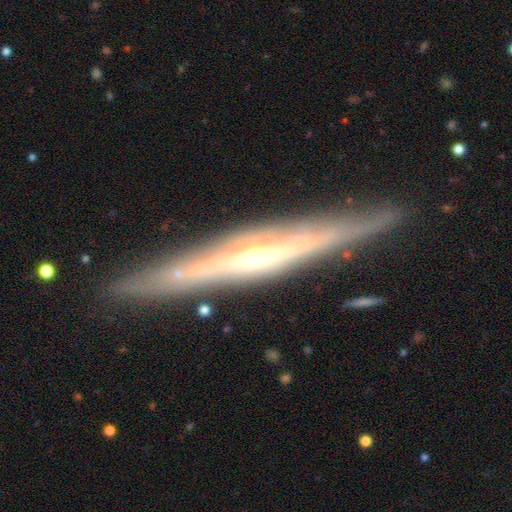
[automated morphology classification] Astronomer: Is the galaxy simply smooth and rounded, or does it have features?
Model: featured or disk — 83%.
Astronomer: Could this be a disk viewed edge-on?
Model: yes — 94%.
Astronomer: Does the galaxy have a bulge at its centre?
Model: rounded — 67%.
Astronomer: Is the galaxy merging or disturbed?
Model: none — 88%.